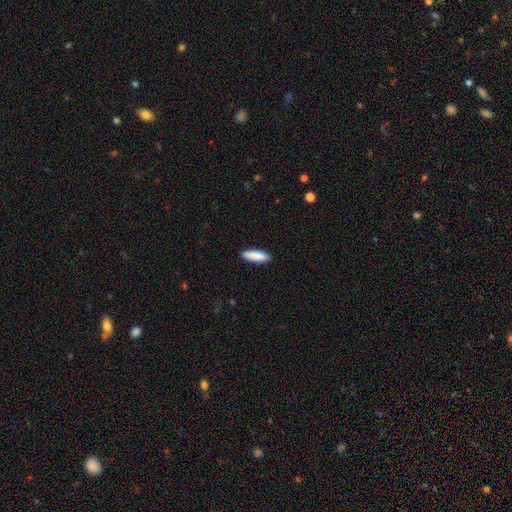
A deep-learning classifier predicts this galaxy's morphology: Smooth or featured? Predicted: smooth (p=0.89). How rounded? Predicted: cigar-shaped (p=0.58). Merging? Predicted: none (p=0.90).